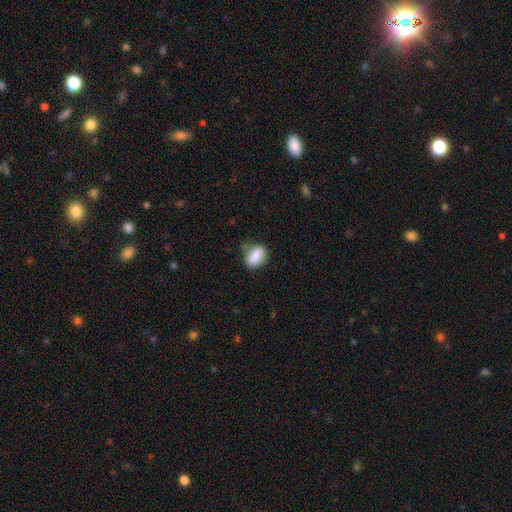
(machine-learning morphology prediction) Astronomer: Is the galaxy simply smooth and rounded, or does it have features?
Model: smooth — 80%.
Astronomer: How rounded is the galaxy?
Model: in between — 79%.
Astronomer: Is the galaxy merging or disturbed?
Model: none — 61%.